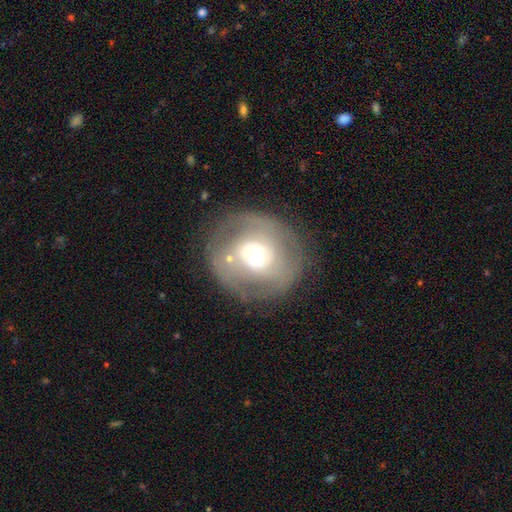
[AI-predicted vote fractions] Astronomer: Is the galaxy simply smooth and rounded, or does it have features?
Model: featured or disk — 61%.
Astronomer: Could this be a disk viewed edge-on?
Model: no — 96%.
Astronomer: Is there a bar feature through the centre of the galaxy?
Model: no — 71%.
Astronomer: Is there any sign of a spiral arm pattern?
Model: yes — 56% (runner-up: no, 44%).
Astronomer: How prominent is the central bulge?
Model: moderate — 47% (runner-up: small, 37%).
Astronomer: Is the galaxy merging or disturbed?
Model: none — 68%.